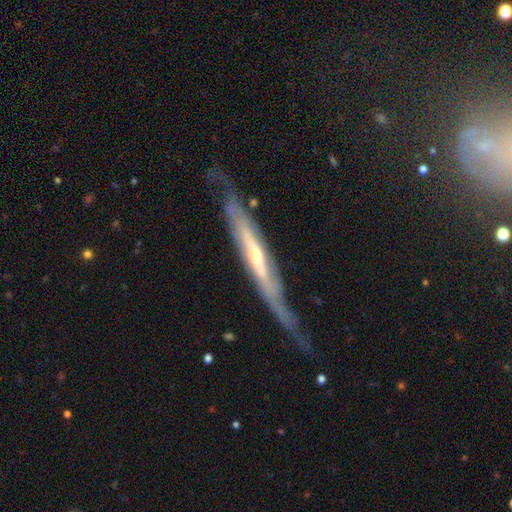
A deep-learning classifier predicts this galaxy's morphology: Q: Smooth or featured?
A: featured or disk (80%); runner-up: smooth (14%)
Q: Edge-on disk?
A: yes (73%); runner-up: no (27%)
Q: Edge-on bulge?
A: none (45%); tied with: rounded (45%)
Q: Merging?
A: none (61%); runner-up: minor disturbance (25%)